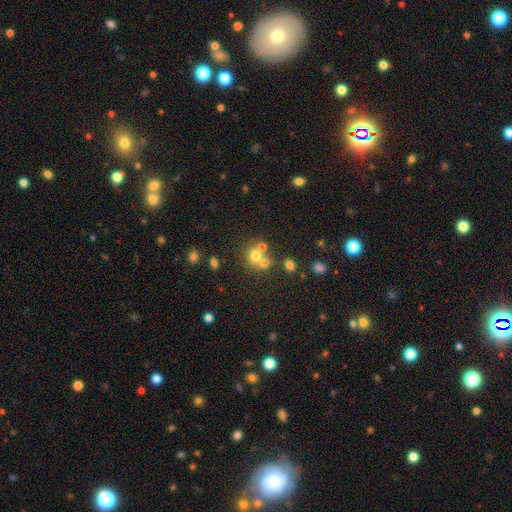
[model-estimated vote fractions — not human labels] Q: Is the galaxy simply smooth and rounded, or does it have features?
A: smooth — 66%.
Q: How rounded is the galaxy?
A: round — 78%.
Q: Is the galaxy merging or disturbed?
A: merger — 45%.